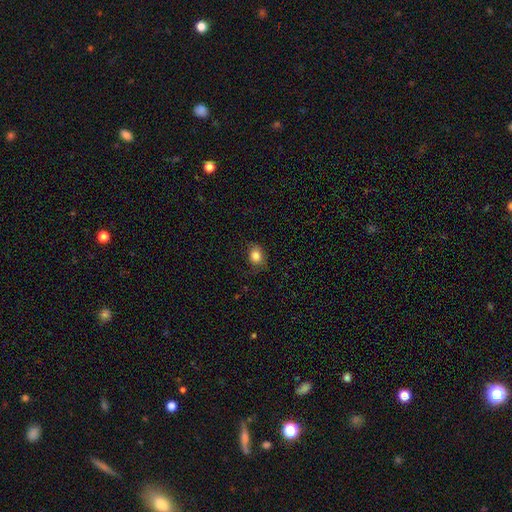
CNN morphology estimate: This appears to be a smooth galaxy with no disk features (83%) that is in between round and cigar-shaped (51%). Merging: none (69%).